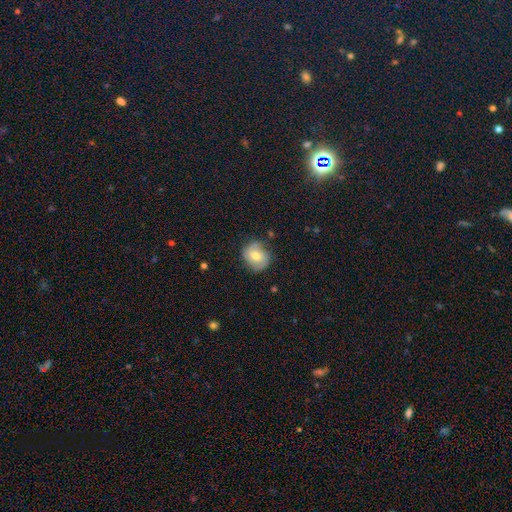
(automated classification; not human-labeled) smooth 51%, featured or disk 40%, star or artifact 9%. Down the decision tree: how rounded — round (68%); merging — none (70%).